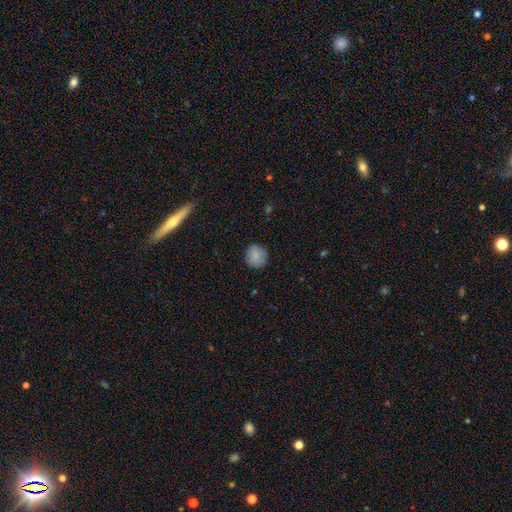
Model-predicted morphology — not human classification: The model was most divided on "merging": none: 85%, minor disturbance: 11%, major disturbance: 2%, merger: 1%. More confident: how rounded — round (89%); smooth or featured — smooth (86%).